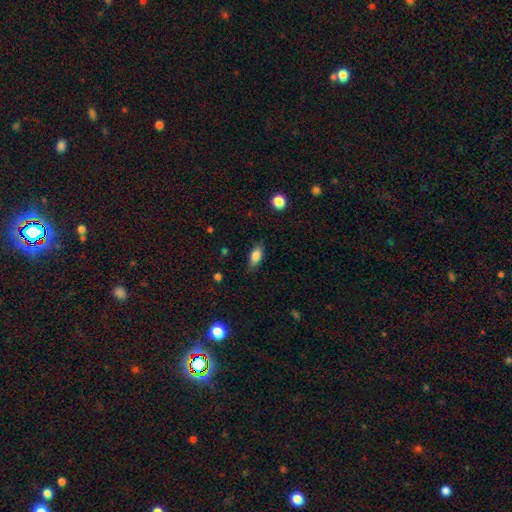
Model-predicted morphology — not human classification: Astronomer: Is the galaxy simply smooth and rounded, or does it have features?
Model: smooth — 81%.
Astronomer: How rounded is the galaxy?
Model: in between — 84%.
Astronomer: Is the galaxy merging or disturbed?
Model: none — 80%.